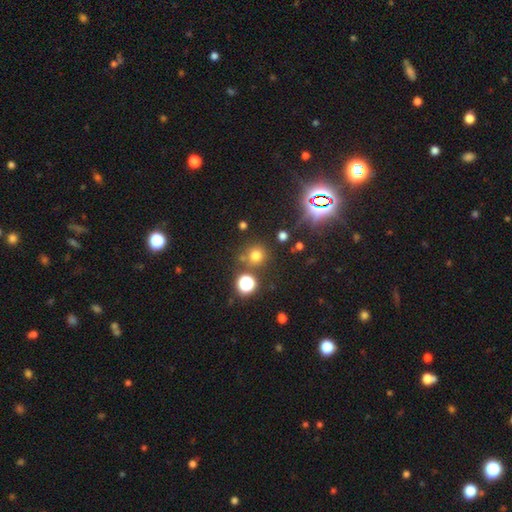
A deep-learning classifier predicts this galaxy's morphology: Smooth or featured?
  - smooth: 68% *
  - star or artifact: 25%
  - featured or disk: 7%
How rounded?
  - round: 91% *
  - in between: 8%
  - cigar-shaped: 1%
Merging?
  - none: 78% *
  - minor disturbance: 9%
  - merger: 9%
  - major disturbance: 4%